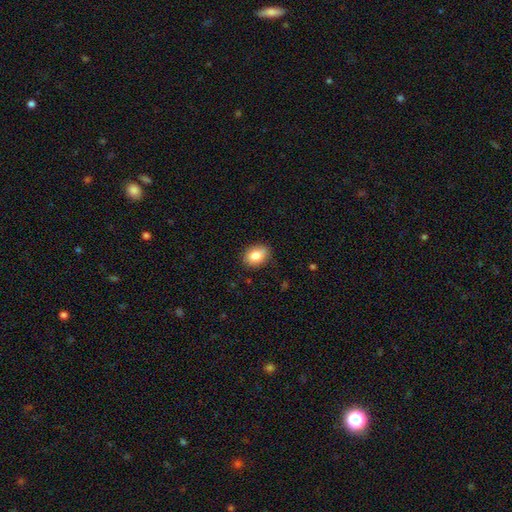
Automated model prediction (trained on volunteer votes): Overall: smooth (84%). How rounded: in between (72%). Merging: none (84%).